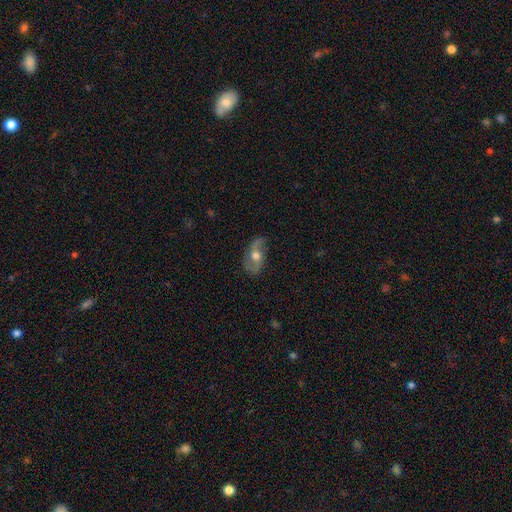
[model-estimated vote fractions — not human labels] featured or disk 68%, smooth 25%, star or artifact 7%. Down the decision tree: edge-on disk — no (91%); bar — no (63%); spiral arms — yes (84%); spiral arm count — 2 (88%); spiral winding — loose (67%); bulge size — moderate (73%); merging — none (70%).